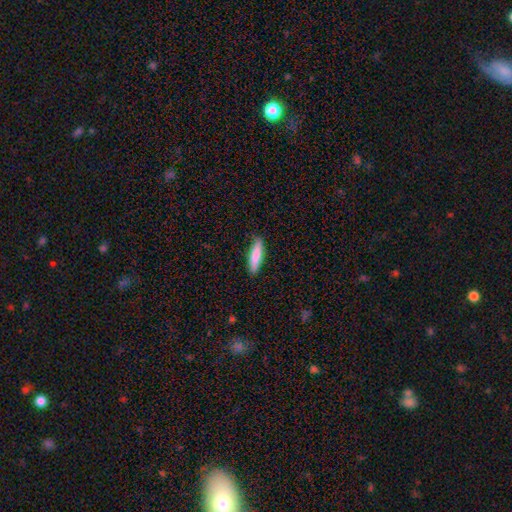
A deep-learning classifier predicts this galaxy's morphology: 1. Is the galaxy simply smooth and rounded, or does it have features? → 82% smooth, 13% featured or disk, 5% star or artifact.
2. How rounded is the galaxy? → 72% cigar-shaped, 27% in between, 1% round.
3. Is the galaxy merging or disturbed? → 87% none, 10% minor disturbance, 2% major disturbance, 1% merger.